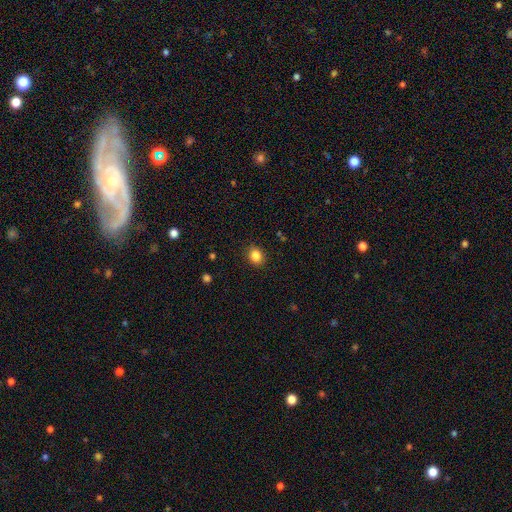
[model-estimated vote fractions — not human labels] Overall: smooth (85%). How rounded: round (57%; in between 42%). Merging: none (89%).